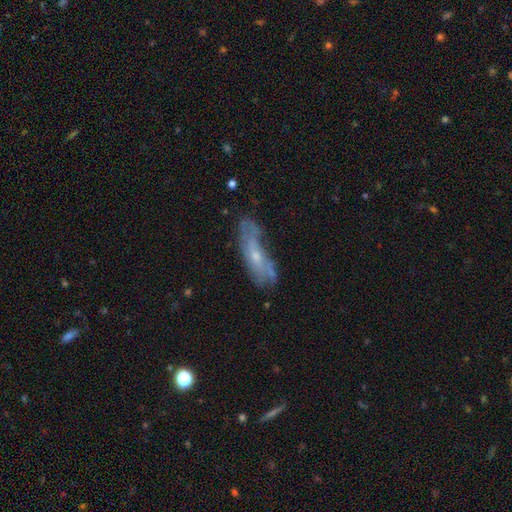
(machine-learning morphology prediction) Q: Smooth or featured?
A: featured or disk (55%); runner-up: smooth (36%)
Q: Edge-on disk?
A: no (70%); runner-up: yes (30%)
Q: Merging?
A: none (50%); runner-up: minor disturbance (28%)